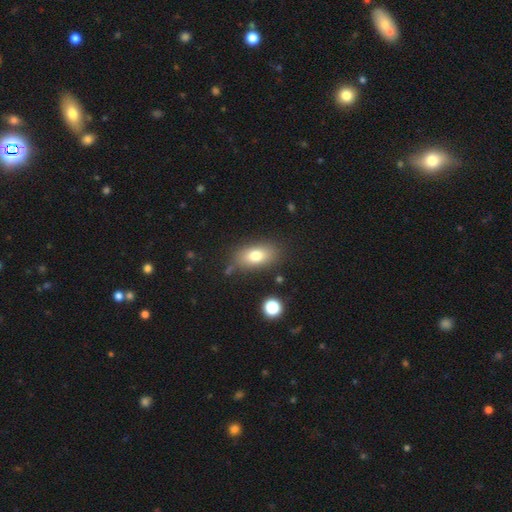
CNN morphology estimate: Smooth or featured: smooth — 77% (featured or disk — 14%)
How rounded: in between — 87% (round — 8%)
Merging: none — 79% (minor disturbance — 14%)